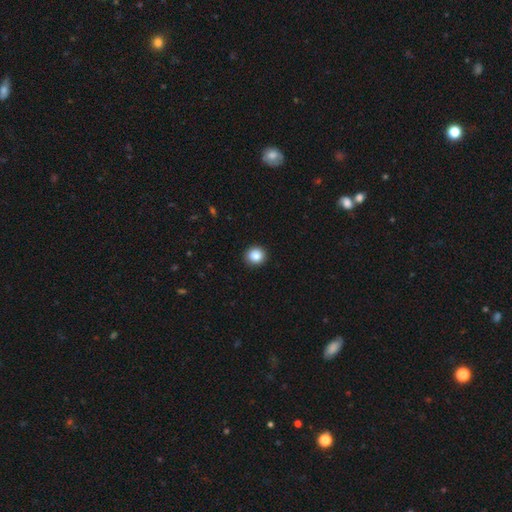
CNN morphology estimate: The model was most divided on "smooth or featured": smooth: 87%, star or artifact: 9%, featured or disk: 4%. More confident: merging — none (91%); how rounded — round (89%).